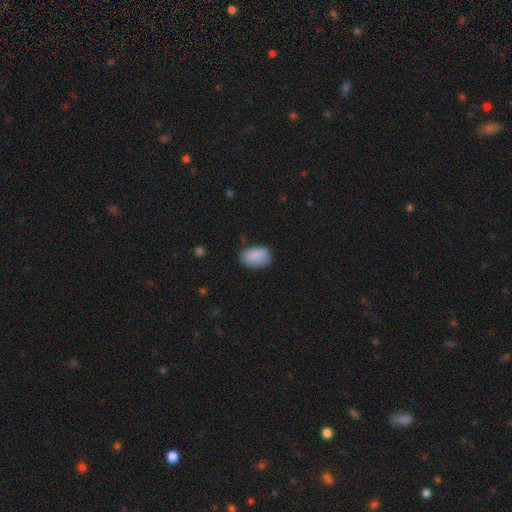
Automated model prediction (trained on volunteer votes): Smooth or featured?
  - smooth: 88% *
  - star or artifact: 7%
  - featured or disk: 5%
How rounded?
  - in between: 91% *
  - round: 8%
  - cigar-shaped: 1%
Merging?
  - none: 75% *
  - minor disturbance: 19%
  - major disturbance: 4%
  - merger: 2%